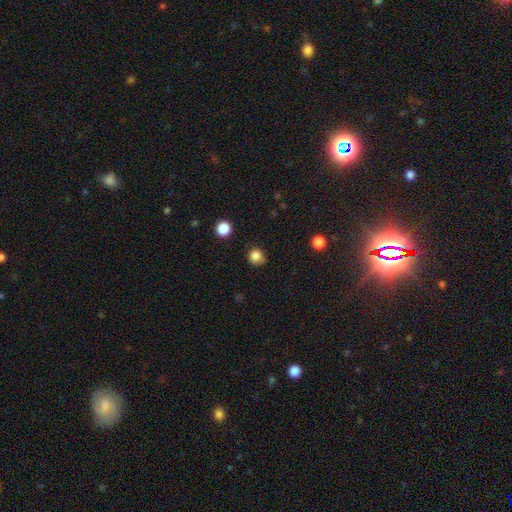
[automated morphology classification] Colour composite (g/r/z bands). It shows a smooth galaxy with no disk features (84%) that is round (90%). Merging: none (80%).